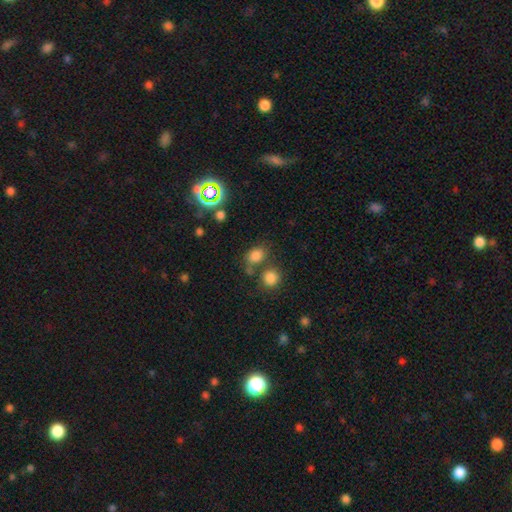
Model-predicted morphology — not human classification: This is likely a smooth galaxy (76%). How rounded: possibly in between (55%). Merging: possibly none (57%).